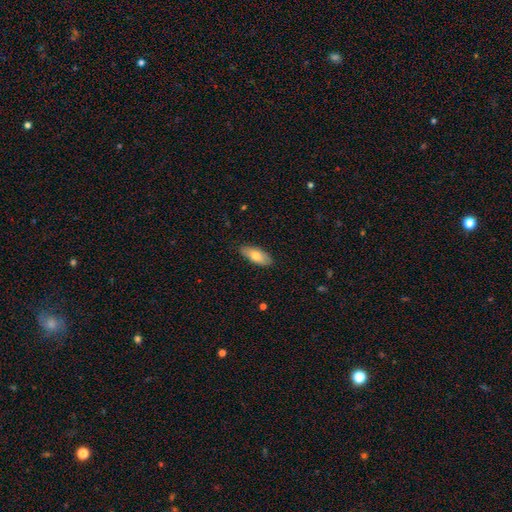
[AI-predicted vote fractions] Overall: smooth (72%). How rounded: in between (81%). Merging: none (86%).